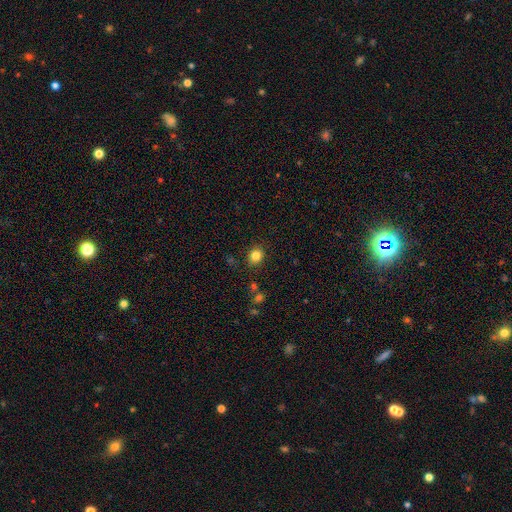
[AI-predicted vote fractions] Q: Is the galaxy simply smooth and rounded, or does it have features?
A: smooth — 82%.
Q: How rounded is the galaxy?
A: round — 74%.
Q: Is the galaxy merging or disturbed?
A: none — 87%.